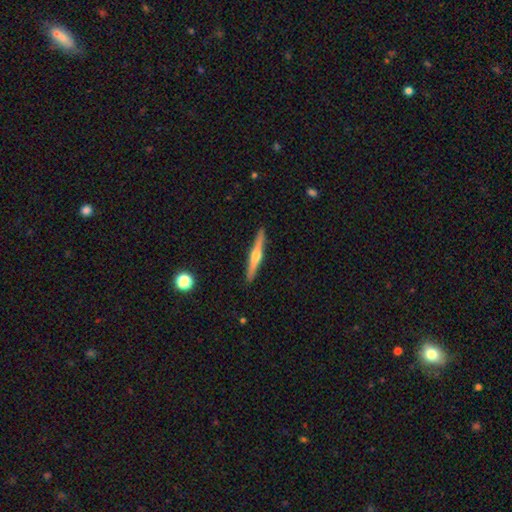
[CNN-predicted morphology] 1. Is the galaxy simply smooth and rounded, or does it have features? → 67% featured or disk, 27% smooth, 6% star or artifact.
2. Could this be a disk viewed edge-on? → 98% yes, 2% no.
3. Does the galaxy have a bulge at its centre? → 89% rounded, 6% none, 5% boxy.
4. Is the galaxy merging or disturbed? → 91% none, 6% minor disturbance, 1% major disturbance, 1% merger.